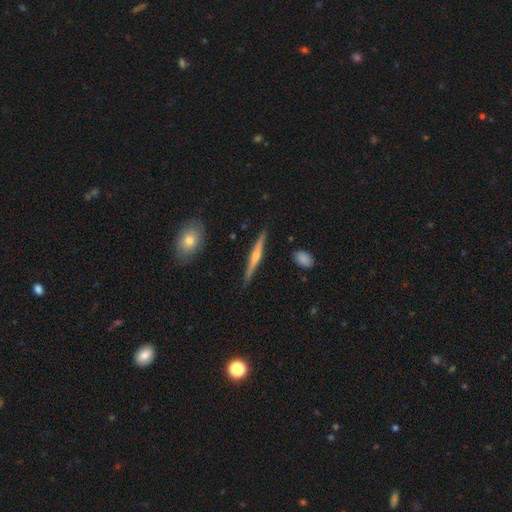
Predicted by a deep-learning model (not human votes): Smooth or featured? featured or disk (74%)
Edge-on disk? yes (98%)
Edge-on bulge? rounded (88%)
Merging? none (90%)